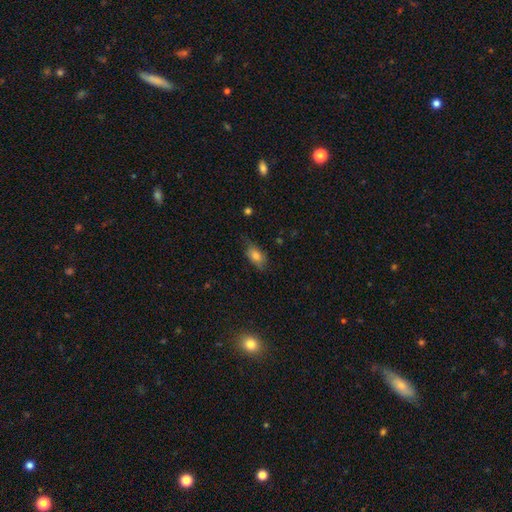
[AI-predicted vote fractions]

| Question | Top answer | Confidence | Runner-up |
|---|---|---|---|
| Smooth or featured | smooth | 77% | featured or disk (15%) |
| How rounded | in between | 88% | round (6%) |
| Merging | none | 68% | minor disturbance (24%) |